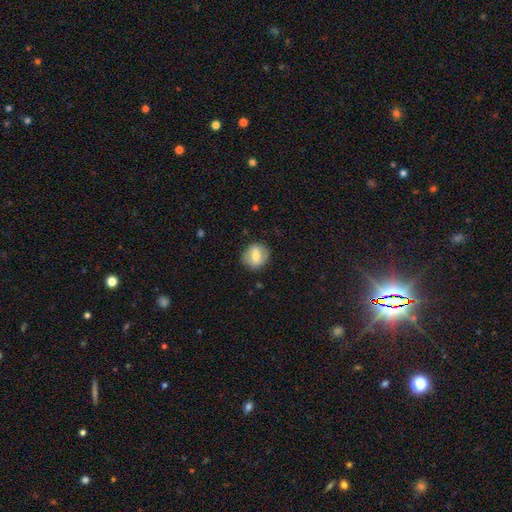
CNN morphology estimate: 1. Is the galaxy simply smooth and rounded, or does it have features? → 63% smooth, 29% featured or disk, 8% star or artifact.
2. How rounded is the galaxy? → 68% round, 31% in between, 1% cigar-shaped.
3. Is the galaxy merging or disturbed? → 79% none, 15% minor disturbance, 5% major disturbance, 1% merger.